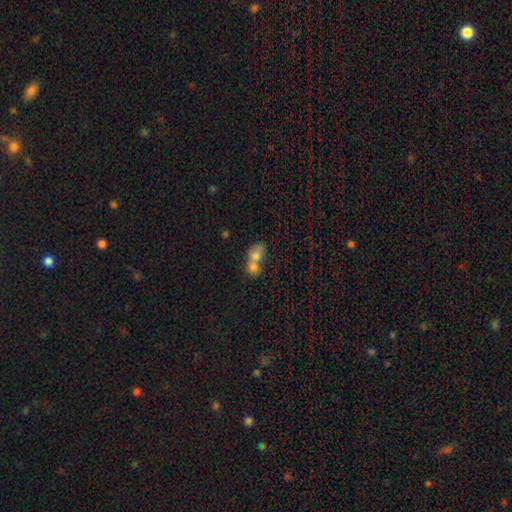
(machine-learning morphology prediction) type=smooth (72%); roundness=in between (63%); merging=merger (73%).